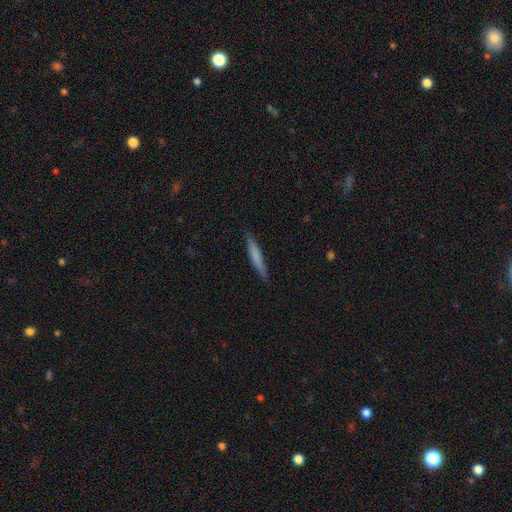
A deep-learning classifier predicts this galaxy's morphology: type=smooth (69%); roundness=cigar-shaped (95%); merging=none (87%).